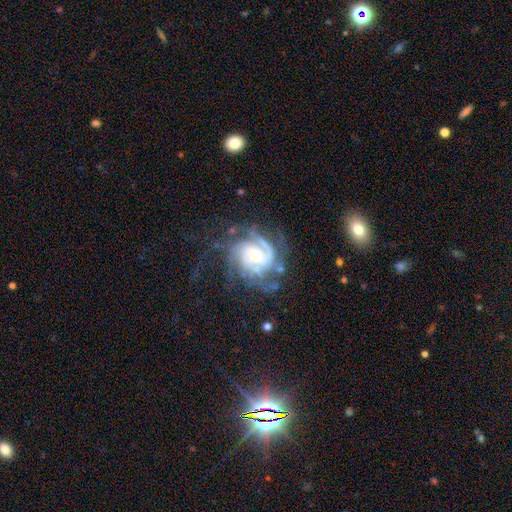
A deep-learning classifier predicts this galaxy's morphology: This is clearly a featured or disk galaxy (87%). It is clearly not viewed edge-on (98%). Bar: likely no (63%). Spiral arm pattern: clearly yes (96%). Spiral arm count: marginally can't tell (27%). Spiral winding: possibly tight (57%). Central bulge: marginally moderate (44%). Merging: possibly none (59%).